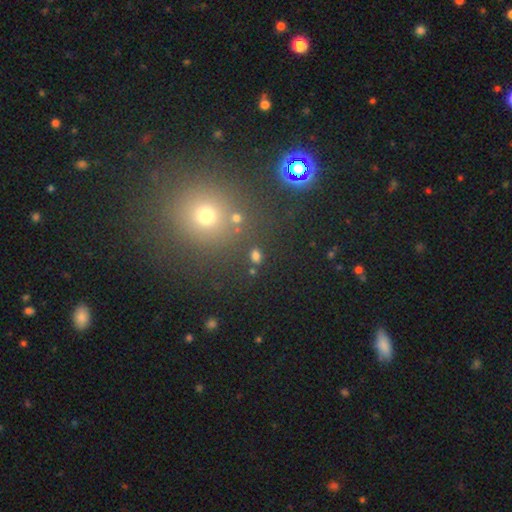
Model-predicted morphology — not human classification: Smooth or featured? Predicted: smooth (p=0.73). How rounded? Predicted: in between (p=0.63). Merging? Predicted: none (p=0.82).